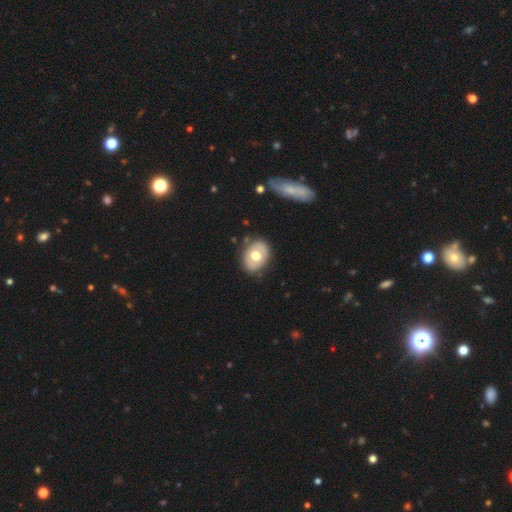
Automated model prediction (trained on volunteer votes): A smooth galaxy with no disk features (57%) that is in between round and cigar-shaped (62%).

Vote fractions:
- Smooth or featured? smooth: 57% / featured or disk: 37% / star or artifact: 6%
- How rounded? in between: 62% / round: 37% / cigar-shaped: 1%
- Merging? none: 80% / minor disturbance: 14% / major disturbance: 4% / merger: 2%